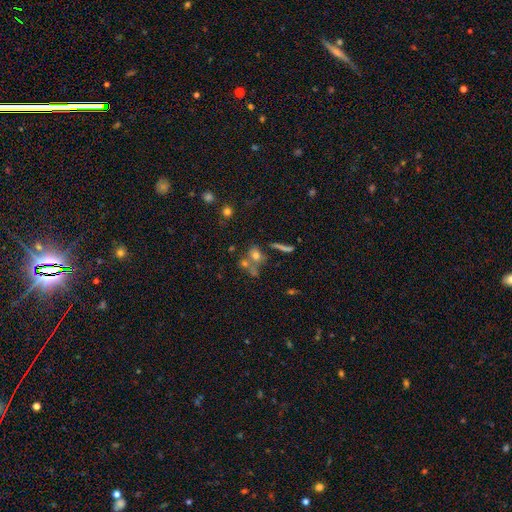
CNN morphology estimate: Smooth or featured? Predicted: smooth (p=0.60). How rounded? Predicted: round (p=0.62). Merging? Predicted: none (p=0.44).